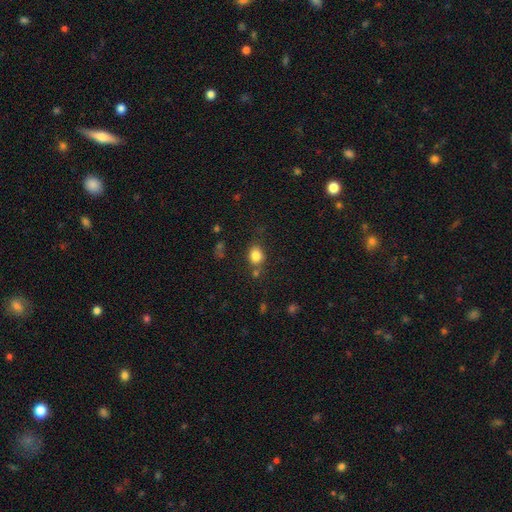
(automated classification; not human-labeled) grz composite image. It shows a smooth galaxy with no disk features (83%) that is round (53%). Merging: none (68%).